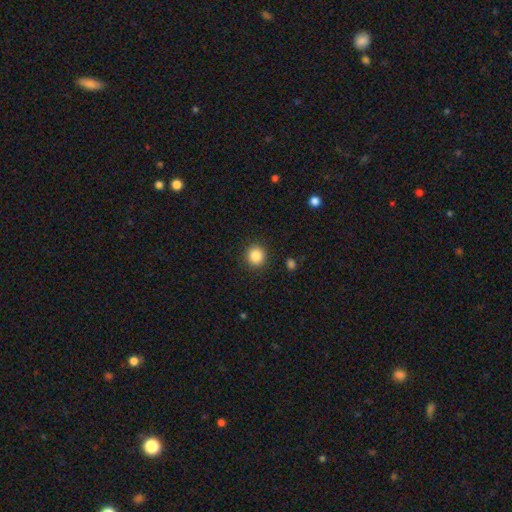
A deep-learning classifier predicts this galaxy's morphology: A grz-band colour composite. It shows a smooth galaxy with no disk features (86%) that is round (91%). Merging: none (91%).